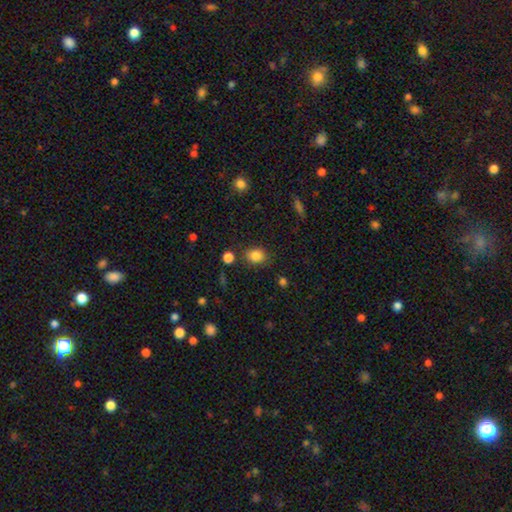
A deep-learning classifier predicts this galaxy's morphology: A smooth galaxy with no disk features (84%) that is round (57%). Merging: none (79%).